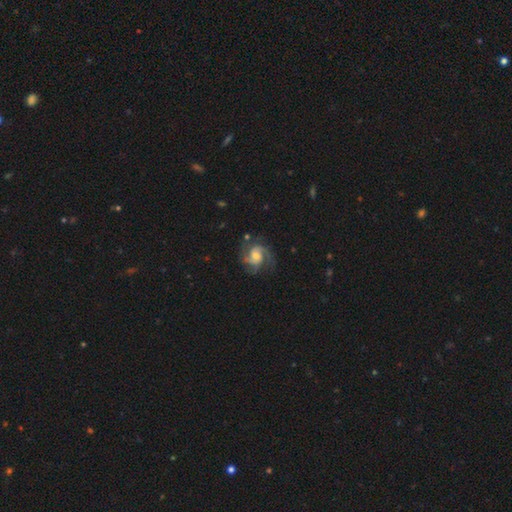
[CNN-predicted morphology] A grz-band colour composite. It shows a featured or disk galaxy (85%) with no bar (60%), 3 (40%) medium (54%) spiral arms (97%) and a moderate central bulge (52%). Merging: none (70%).